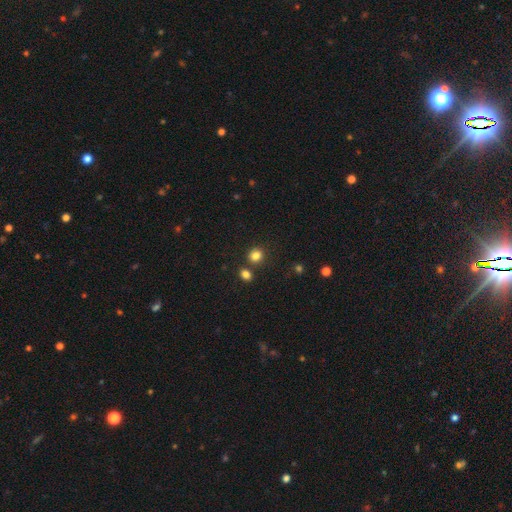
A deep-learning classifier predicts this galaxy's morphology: The model was most divided on "how rounded": round: 80%, in between: 19%, cigar-shaped: 1%. More confident: smooth or featured — smooth (82%); merging — none (77%).